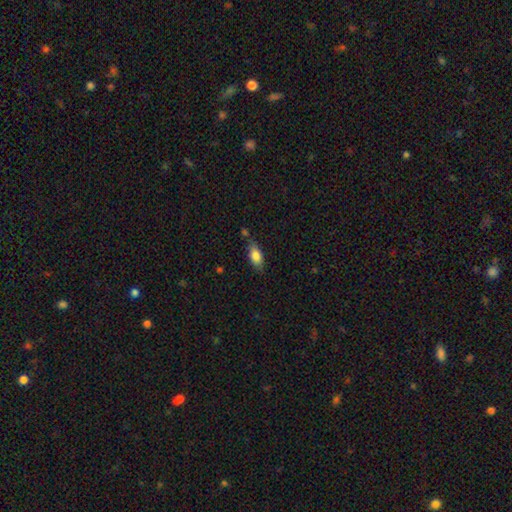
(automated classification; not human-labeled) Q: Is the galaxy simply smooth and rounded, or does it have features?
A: smooth — 80%.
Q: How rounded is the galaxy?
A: in between — 85%.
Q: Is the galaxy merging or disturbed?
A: none — 68%.